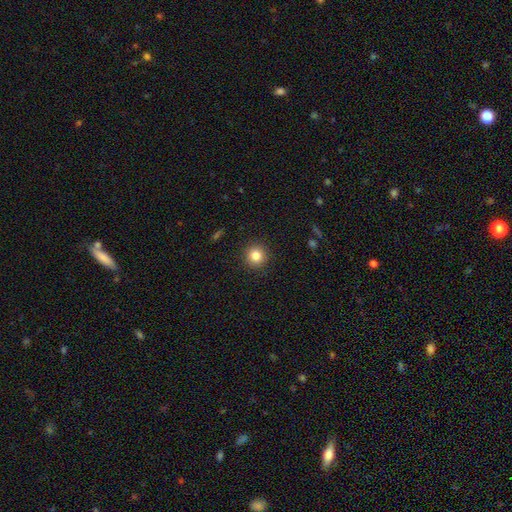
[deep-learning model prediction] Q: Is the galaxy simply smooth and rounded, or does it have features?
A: smooth — 83%.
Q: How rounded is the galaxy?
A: round — 94%.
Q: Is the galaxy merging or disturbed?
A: none — 91%.